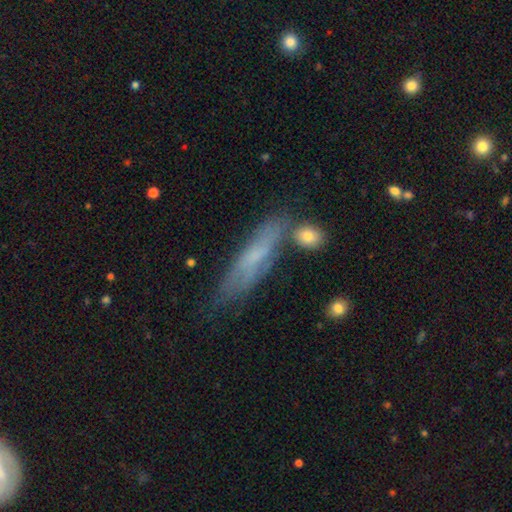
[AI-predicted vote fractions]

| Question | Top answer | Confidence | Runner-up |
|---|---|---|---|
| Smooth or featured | smooth | 52% | featured or disk (39%) |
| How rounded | cigar-shaped | 75% | in between (22%) |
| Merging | none | 59% | minor disturbance (23%) |